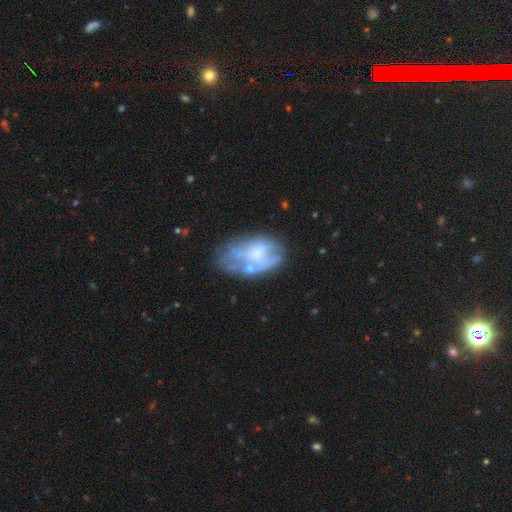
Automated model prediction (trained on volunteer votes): smooth-or-featured: featured or disk: 57% | smooth: 34% | star or artifact: 10%
  disk-edge-on: no: 95% | yes: 5%
    bar: no: 78% | weak: 18% | strong: 4%
    has-spiral-arms: no: 73% | yes: 27%
    bulge-size: none: 37% | moderate: 28% | small: 27% | large: 6% | dominant: 2%
  merging: none: 41% | minor disturbance: 24% | major disturbance: 23% | merger: 12%